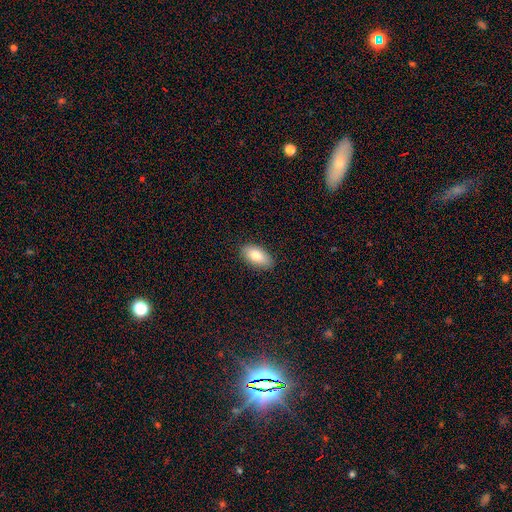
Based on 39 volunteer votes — Smooth or featured: smooth — 77% (featured or disk — 21%)
How rounded: in between — 97% (round — 3%)
Merging: none — 82% (minor disturbance — 18%)